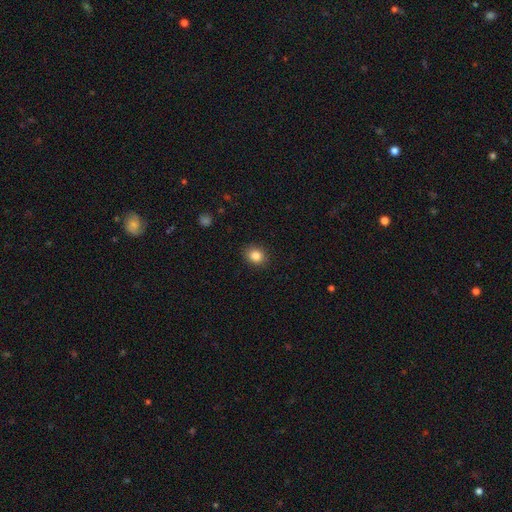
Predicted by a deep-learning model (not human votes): Smooth or featured? smooth (85%)
How rounded? round (66%)
Merging? none (89%)